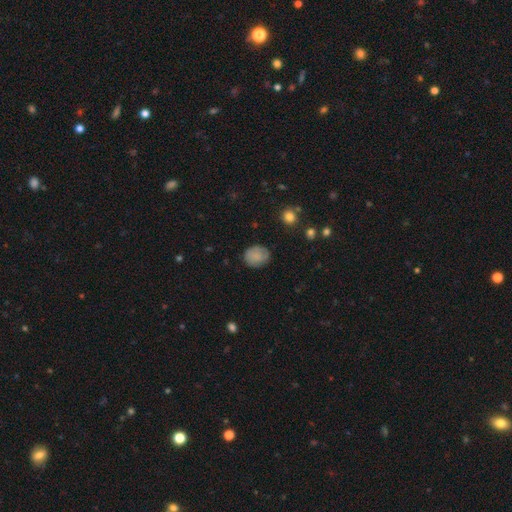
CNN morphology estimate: A smooth galaxy with no disk features (79%) that is round (61%).

Vote fractions:
- Smooth or featured? smooth: 79% / featured or disk: 12% / star or artifact: 9%
- How rounded? round: 61% / in between: 38% / cigar-shaped: 1%
- Merging? none: 75% / minor disturbance: 19% / major disturbance: 5% / merger: 1%